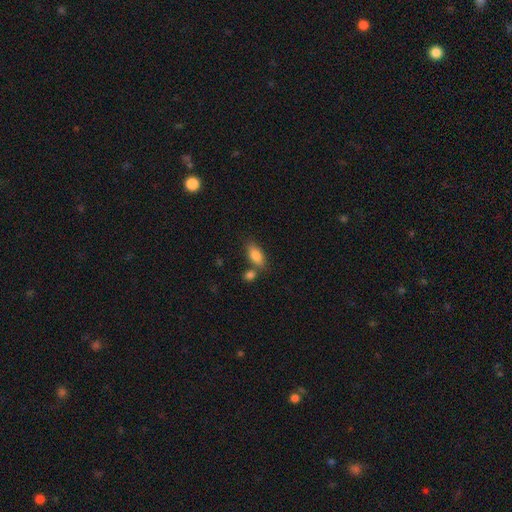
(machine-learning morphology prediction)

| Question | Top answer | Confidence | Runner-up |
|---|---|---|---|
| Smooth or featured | smooth | 83% | featured or disk (10%) |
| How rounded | in between | 87% | cigar-shaped (9%) |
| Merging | none | 63% | merger (20%) |